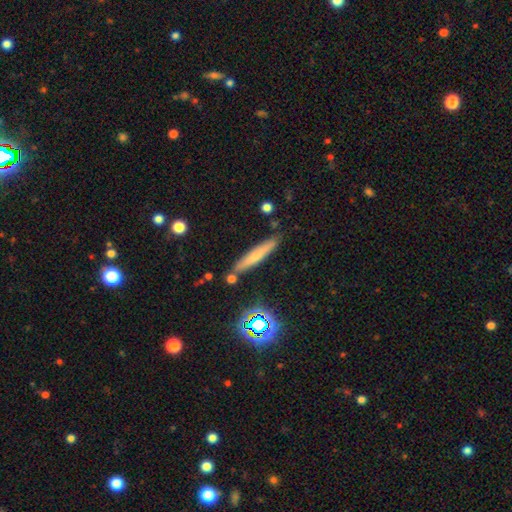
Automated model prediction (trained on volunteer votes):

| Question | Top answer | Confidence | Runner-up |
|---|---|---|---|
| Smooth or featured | smooth | 59% | featured or disk (30%) |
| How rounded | cigar-shaped | 91% | in between (7%) |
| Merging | none | 83% | minor disturbance (10%) |